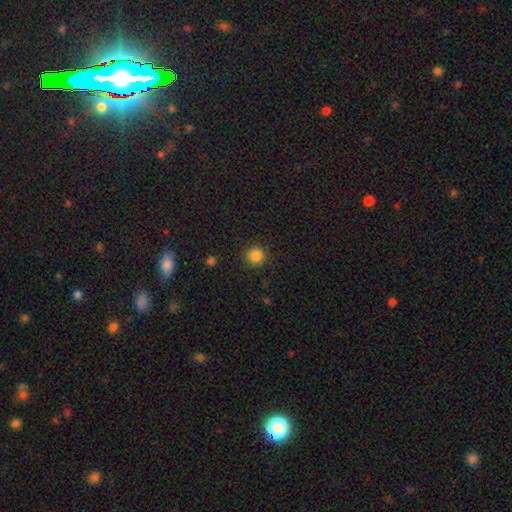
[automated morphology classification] Overall: smooth (85%). How rounded: round (92%). Merging: none (90%).